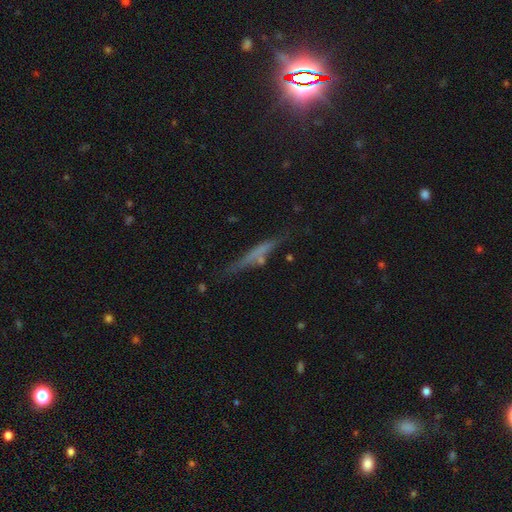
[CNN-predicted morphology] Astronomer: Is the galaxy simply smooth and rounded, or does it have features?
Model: featured or disk — 42% (runner-up: smooth, 41%).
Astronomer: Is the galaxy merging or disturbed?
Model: none — 69%.